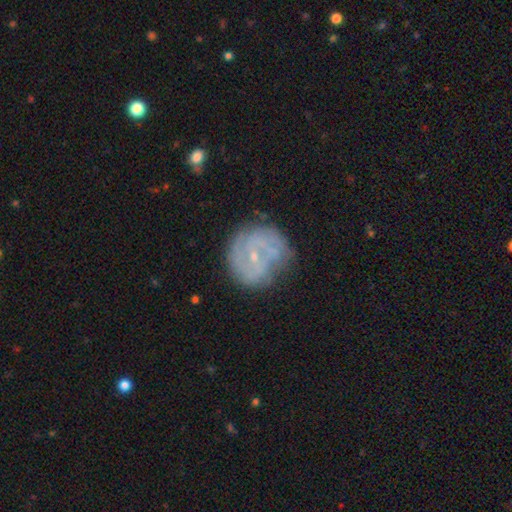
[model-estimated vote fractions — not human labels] The model was most divided on "spiral arm count": can't tell: 38%, 2: 34%, 3: 14%, 4: 5%, 1: 5%, more than 4: 4%. Remaining: edge-on disk — no (97%); spiral arms — yes (81%); bulge size — small (80%); smooth or featured — featured or disk (72%); merging — none (64%); spiral winding — tight (55%); bar — no (49%).